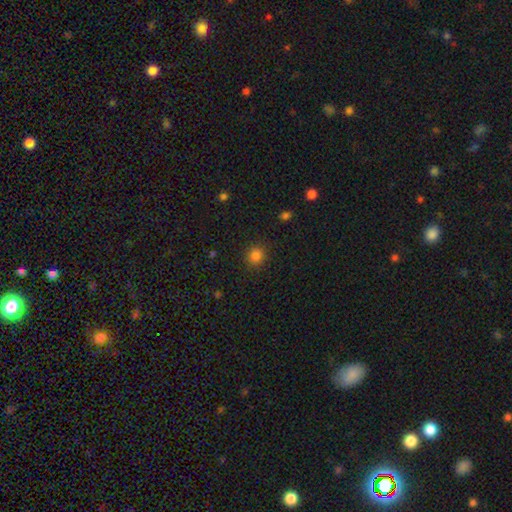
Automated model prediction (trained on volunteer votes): Smooth or featured?
  - smooth: 83% *
  - star or artifact: 13%
  - featured or disk: 4%
How rounded?
  - round: 89% *
  - in between: 10%
  - cigar-shaped: 1%
Merging?
  - none: 90% *
  - minor disturbance: 7%
  - major disturbance: 2%
  - merger: 1%